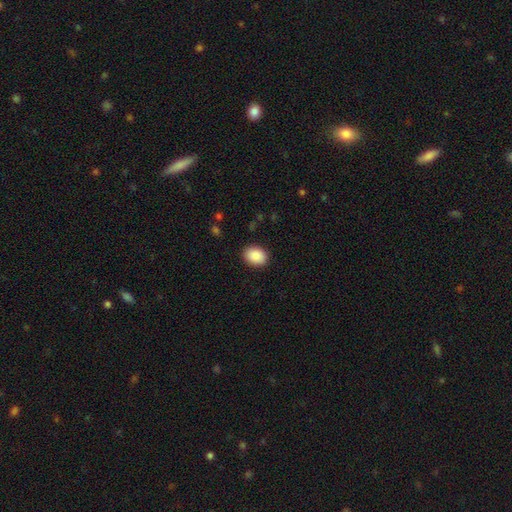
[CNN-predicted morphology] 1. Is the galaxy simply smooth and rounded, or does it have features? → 90% smooth, 7% star or artifact, 3% featured or disk.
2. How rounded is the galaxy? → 70% in between, 29% round, 1% cigar-shaped.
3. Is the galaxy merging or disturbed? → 89% none, 8% minor disturbance, 2% major disturbance, 1% merger.